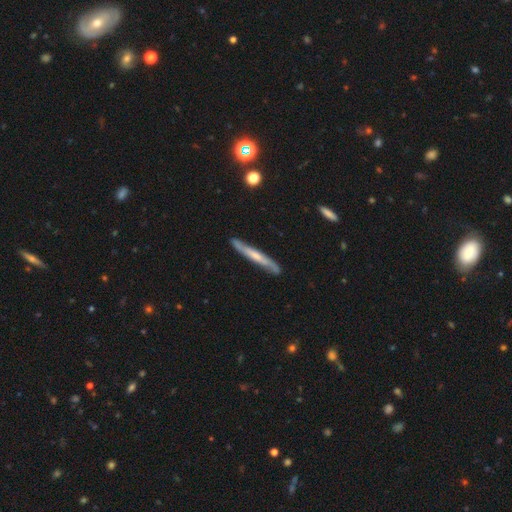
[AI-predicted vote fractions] smooth_or_featured: featured or disk (p=0.60) [alt: smooth p=0.34]
disk_edge_on: yes (p=0.80) [alt: no p=0.20]
merging: none (p=0.84) [alt: minor disturbance p=0.12]